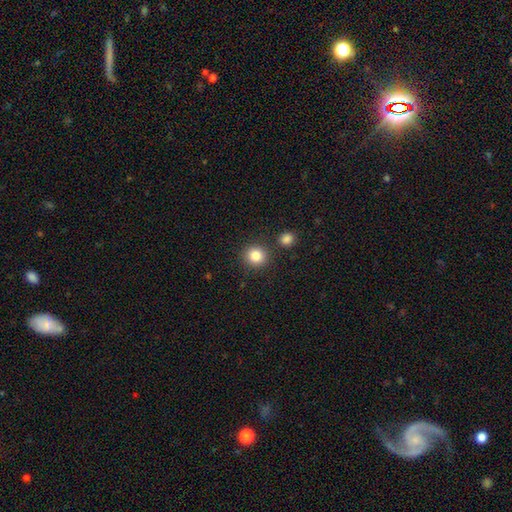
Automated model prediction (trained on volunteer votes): smooth 84%, star or artifact 11%, featured or disk 5%. Down the decision tree: how rounded — round (91%); merging — none (86%).